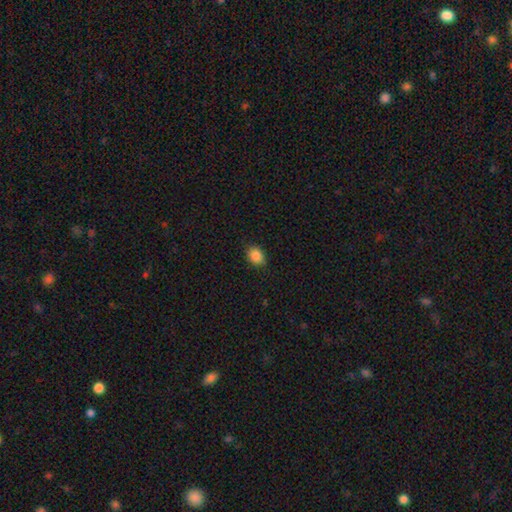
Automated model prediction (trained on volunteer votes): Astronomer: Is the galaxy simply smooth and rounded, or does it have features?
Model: smooth — 87%.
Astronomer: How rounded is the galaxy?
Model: in between — 59% (runner-up: round, 39%).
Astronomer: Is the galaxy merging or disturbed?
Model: none — 84%.